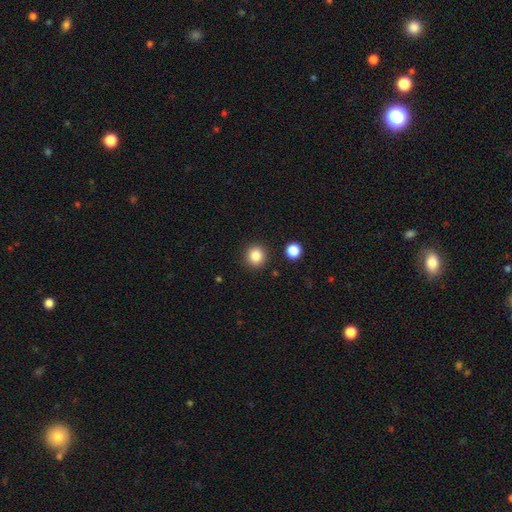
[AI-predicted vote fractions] This appears to be a smooth galaxy with no disk features (85%) that is round (92%). Merging: none (90%).